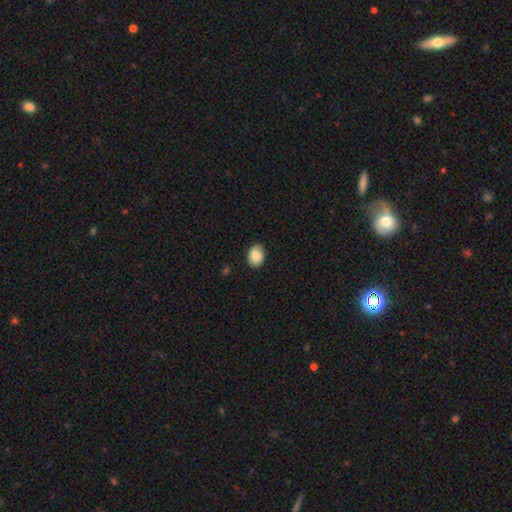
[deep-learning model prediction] Smooth or featured? Predicted: smooth (p=0.88). How rounded? Predicted: in between (p=0.66). Merging? Predicted: none (p=0.88).